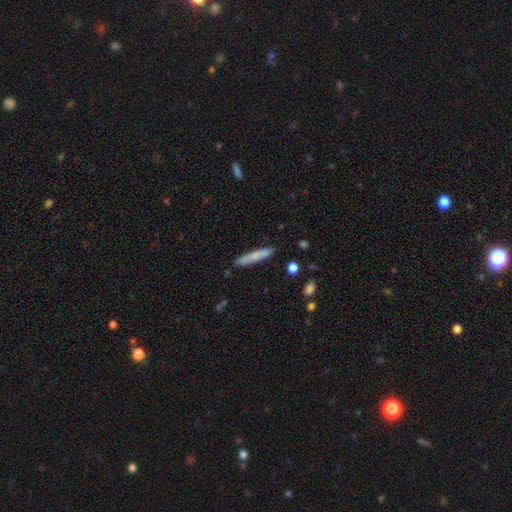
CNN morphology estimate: A smooth galaxy with no disk features (70%) that is cigar-shaped (91%). Merging: none (83%).